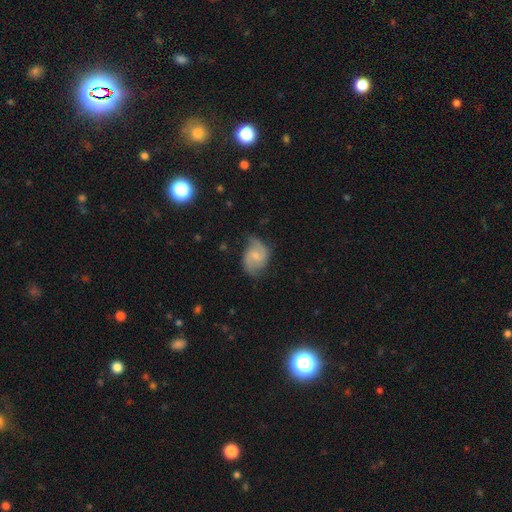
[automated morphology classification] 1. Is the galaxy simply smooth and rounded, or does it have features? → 72% featured or disk, 21% smooth, 6% star or artifact.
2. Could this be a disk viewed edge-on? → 98% no, 2% yes.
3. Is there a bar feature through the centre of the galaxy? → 47% no, 46% weak, 7% strong.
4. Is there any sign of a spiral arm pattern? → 94% yes, 6% no.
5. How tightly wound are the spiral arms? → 50% medium, 29% loose, 21% tight.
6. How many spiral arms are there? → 88% 2, 6% can't tell, 2% 1, 2% 3, 1% 4, 1% more than 4.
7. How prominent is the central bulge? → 50% small, 33% moderate, 13% none, 2% large, 1% dominant.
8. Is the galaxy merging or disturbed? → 65% none, 25% minor disturbance, 8% major disturbance, 1% merger.